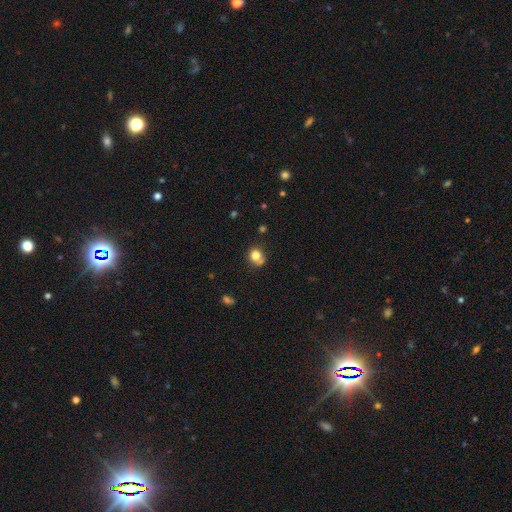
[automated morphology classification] Smooth or featured?
  - smooth: 79% *
  - star or artifact: 12%
  - featured or disk: 9%
How rounded?
  - round: 75% *
  - in between: 24%
  - cigar-shaped: 1%
Merging?
  - none: 62% *
  - minor disturbance: 19%
  - merger: 14%
  - major disturbance: 6%